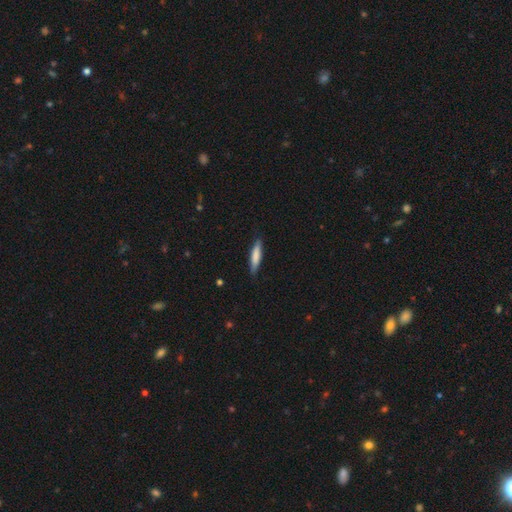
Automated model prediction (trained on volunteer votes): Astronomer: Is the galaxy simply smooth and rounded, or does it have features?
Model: smooth — 78%.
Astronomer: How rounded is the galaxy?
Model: cigar-shaped — 84%.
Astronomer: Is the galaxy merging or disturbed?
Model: none — 85%.